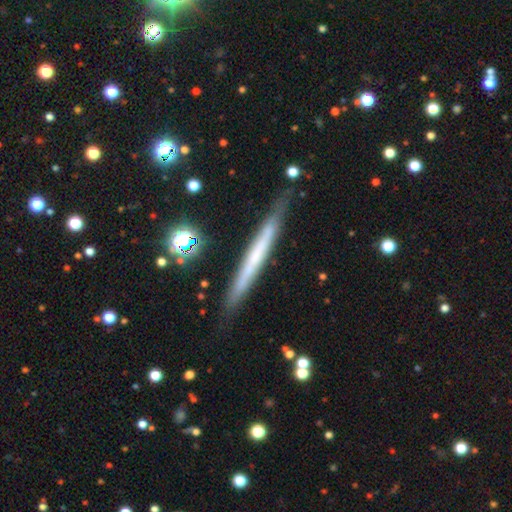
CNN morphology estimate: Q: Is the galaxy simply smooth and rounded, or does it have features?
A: featured or disk — 53%.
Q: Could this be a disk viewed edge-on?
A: yes — 94%.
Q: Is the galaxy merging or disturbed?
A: none — 84%.